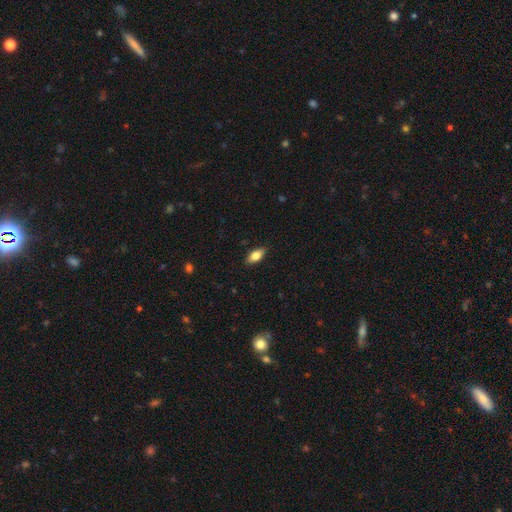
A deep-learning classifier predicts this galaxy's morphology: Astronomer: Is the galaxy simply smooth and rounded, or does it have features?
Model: smooth — 76%.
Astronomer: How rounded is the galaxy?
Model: in between — 85%.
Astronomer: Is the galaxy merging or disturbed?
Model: none — 87%.